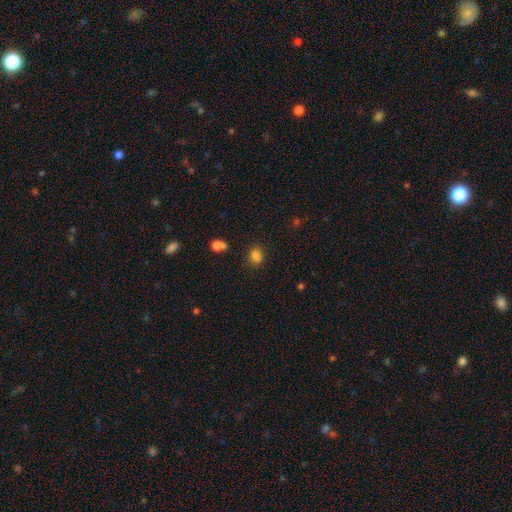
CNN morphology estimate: A smooth galaxy with no disk features (76%) that is round (50%). Merging: none (56%).